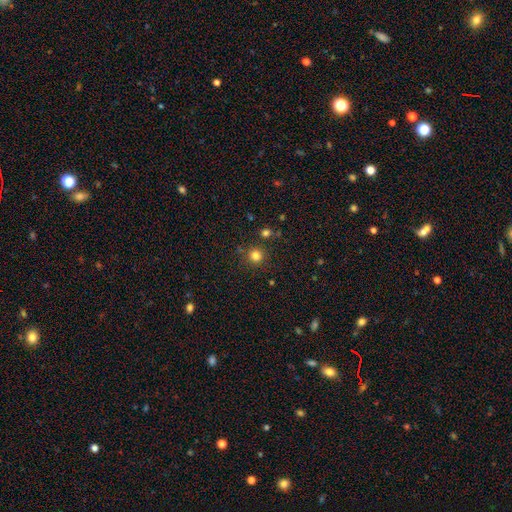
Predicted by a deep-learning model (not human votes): A smooth galaxy with no disk features (80%) that is round (94%).

Vote fractions:
- Smooth or featured? smooth: 80% / star or artifact: 15% / featured or disk: 5%
- How rounded? round: 94% / in between: 5% / cigar-shaped: 1%
- Merging? none: 85% / minor disturbance: 8% / merger: 5% / major disturbance: 3%